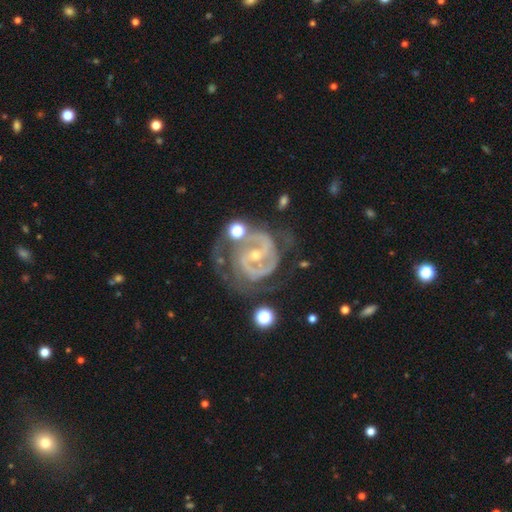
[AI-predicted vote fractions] Smooth or featured? featured or disk (90%)
Edge-on disk? no (98%)
Bar? weak (38%)
Spiral arms? yes (96%)
Spiral winding? tight (53%)
Spiral arm count? 2 (63%)
Bulge size? small (64%)
Merging? none (51%)